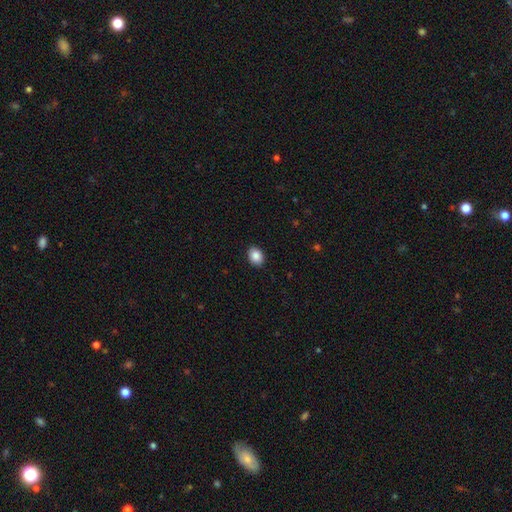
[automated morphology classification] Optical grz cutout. It shows a smooth galaxy with no disk features (87%) that is in between round and cigar-shaped (68%). Merging: none (90%).